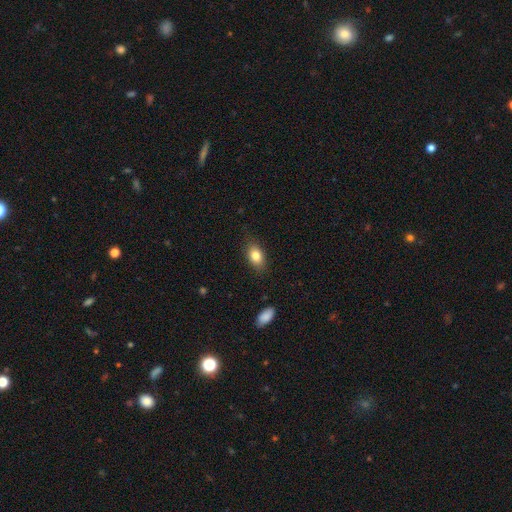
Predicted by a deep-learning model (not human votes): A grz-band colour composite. It shows a smooth galaxy with no disk features (82%) that is in between round and cigar-shaped (86%). Merging: none (82%).